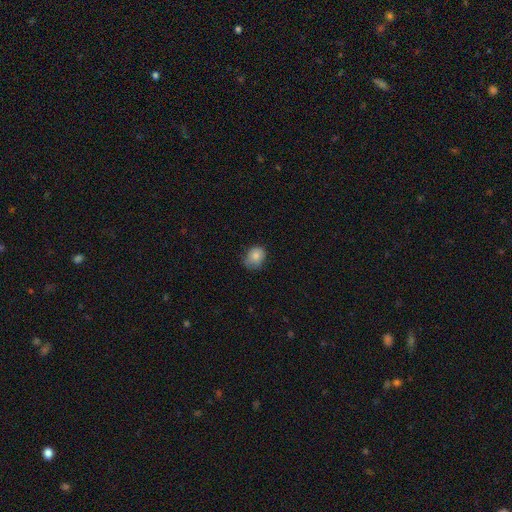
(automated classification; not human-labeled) This appears to be a smooth galaxy with no disk features (80%) that is round (50%, tied with in between). Merging: none (59%).